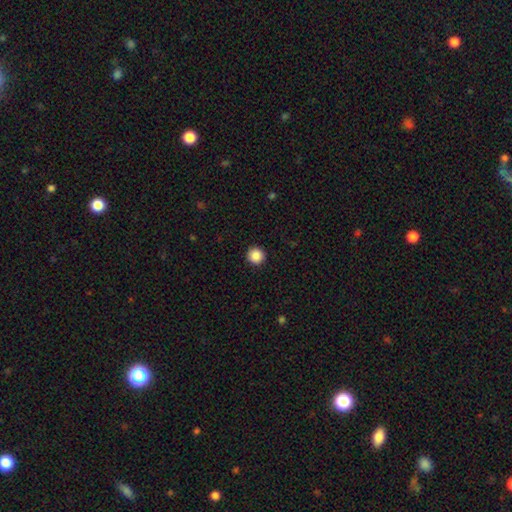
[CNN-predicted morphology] Smooth or featured?
  - smooth: 88% *
  - star or artifact: 9%
  - featured or disk: 3%
How rounded?
  - round: 96% *
  - in between: 4%
  - cigar-shaped: 1%
Merging?
  - none: 93% *
  - minor disturbance: 4%
  - major disturbance: 2%
  - merger: 1%